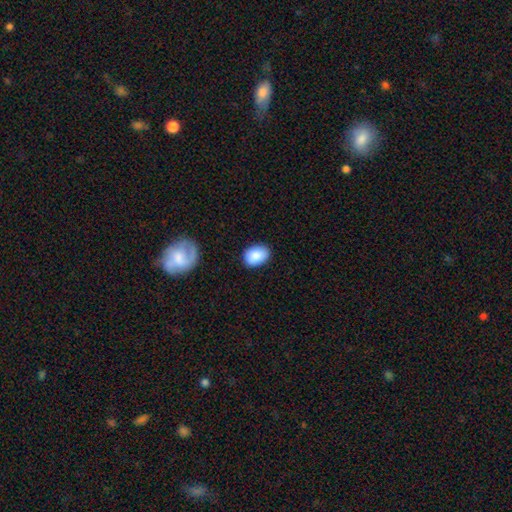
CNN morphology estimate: smooth-or-featured: smooth: 87% | star or artifact: 7% | featured or disk: 6%
  how-rounded: in between: 77% | round: 21% | cigar-shaped: 1%
  merging: none: 83% | minor disturbance: 13% | major disturbance: 3% | merger: 2%